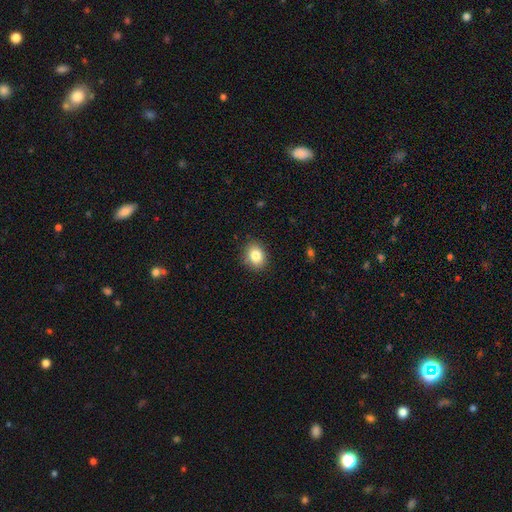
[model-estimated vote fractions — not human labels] Q: Smooth or featured?
A: smooth (82%); runner-up: star or artifact (10%)
Q: How rounded?
A: round (57%); runner-up: in between (42%)
Q: Merging?
A: none (87%); runner-up: minor disturbance (9%)